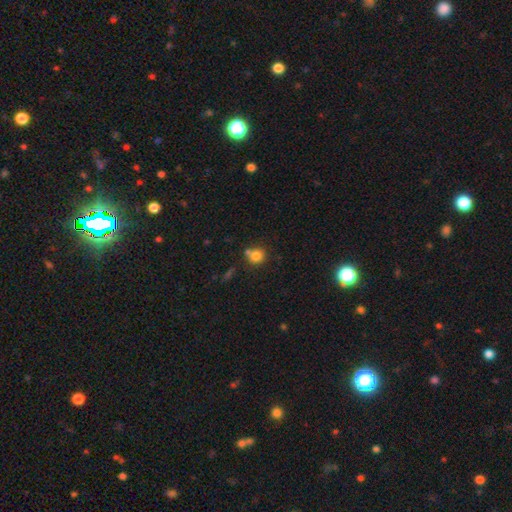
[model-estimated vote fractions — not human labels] Morphology: type=smooth (81%); roundness=round (86%); merging=none (61%).